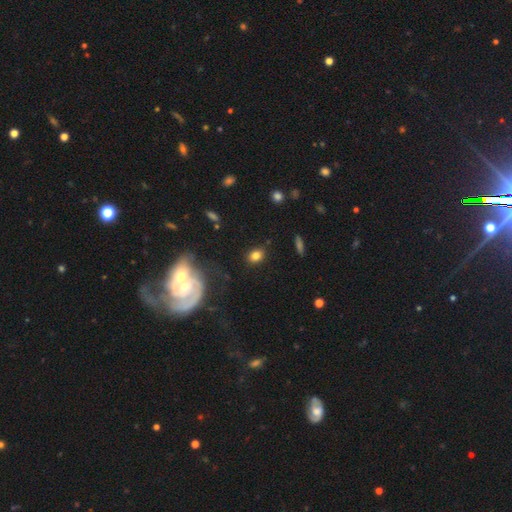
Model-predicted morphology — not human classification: smooth_or_featured: smooth (p=0.78) [alt: star or artifact p=0.12]
how_rounded: in between (p=0.52) [alt: round p=0.46]
merging: none (p=0.81) [alt: minor disturbance p=0.12]